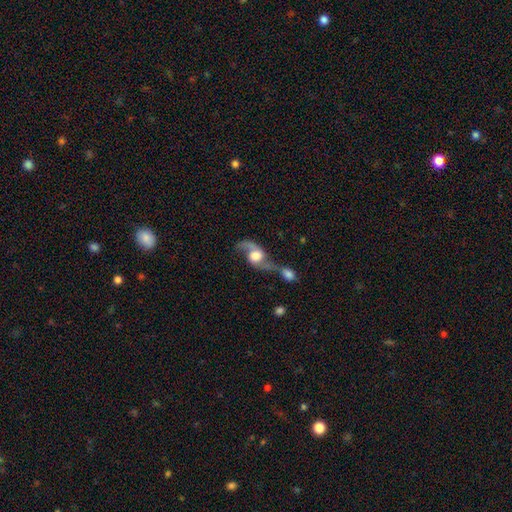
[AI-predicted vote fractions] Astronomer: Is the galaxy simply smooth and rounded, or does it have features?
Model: featured or disk — 70%.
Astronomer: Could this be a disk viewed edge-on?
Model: no — 92%.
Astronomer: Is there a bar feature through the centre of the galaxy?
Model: no — 62%.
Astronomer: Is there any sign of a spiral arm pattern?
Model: yes — 86%.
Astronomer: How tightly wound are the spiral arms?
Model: loose — 79%.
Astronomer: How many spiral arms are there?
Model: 2 — 79%.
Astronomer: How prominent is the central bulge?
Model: large — 48% (runner-up: moderate, 35%).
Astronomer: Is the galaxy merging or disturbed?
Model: merger — 60%.